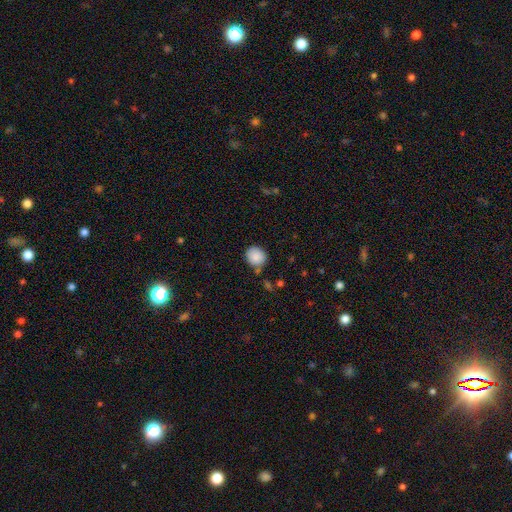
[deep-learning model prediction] Q: Smooth or featured?
A: smooth (87%); runner-up: star or artifact (8%)
Q: How rounded?
A: round (83%); runner-up: in between (16%)
Q: Merging?
A: none (78%); runner-up: minor disturbance (13%)